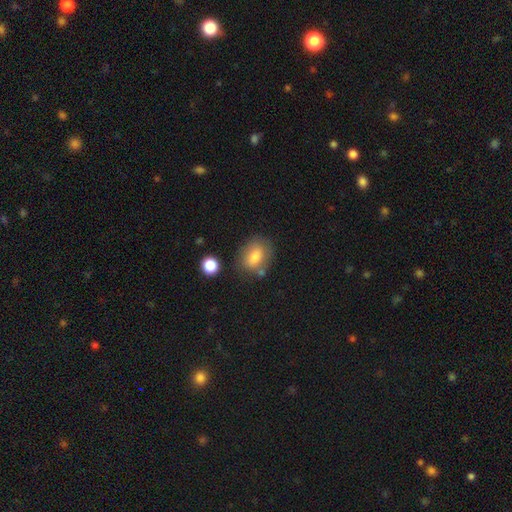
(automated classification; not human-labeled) Overall: smooth (77%). How rounded: in between (73%). Merging: none (70%).